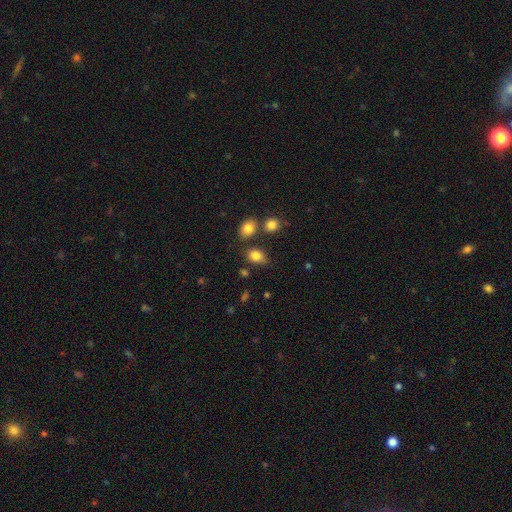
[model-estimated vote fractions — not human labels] Smooth or featured: smooth — 83% (star or artifact — 10%)
How rounded: in between — 67% (round — 31%)
Merging: none — 65% (minor disturbance — 20%)